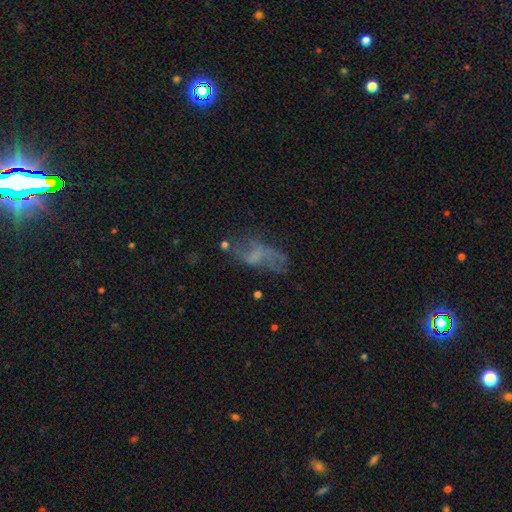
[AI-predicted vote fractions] Morphology: type=featured or disk (51%); edge-on=no (92%); merging=none (47%).